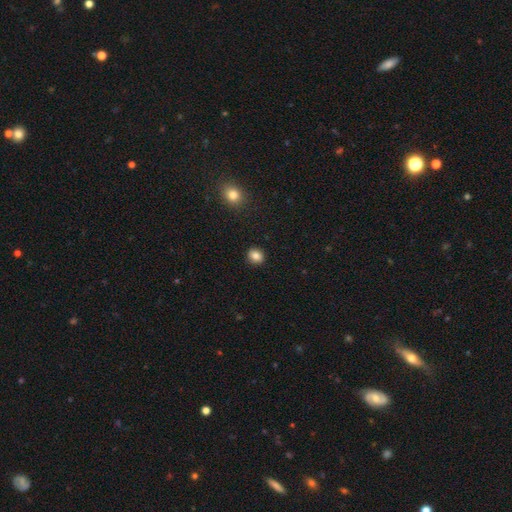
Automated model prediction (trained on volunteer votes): Smooth or featured? Predicted: smooth (p=0.84). How rounded? Predicted: round (p=0.78). Merging? Predicted: none (p=0.91).